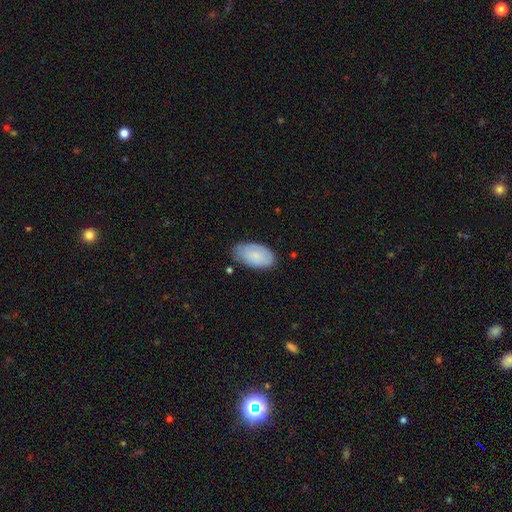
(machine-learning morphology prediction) type=smooth (75%); roundness=in between (95%); merging=none (69%).